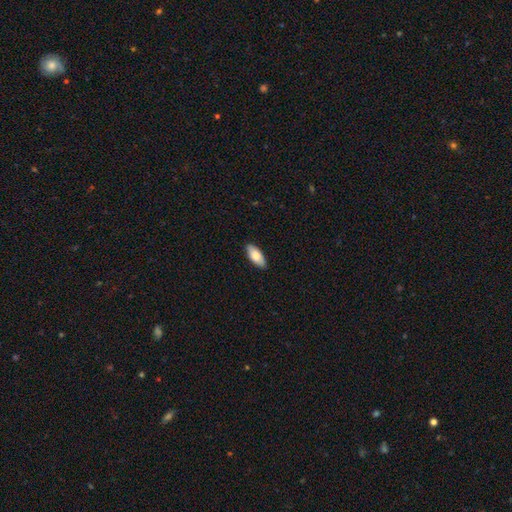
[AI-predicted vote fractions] Q: Smooth or featured?
A: smooth (78%); runner-up: featured or disk (16%)
Q: How rounded?
A: in between (86%); runner-up: cigar-shaped (12%)
Q: Merging?
A: none (89%); runner-up: minor disturbance (9%)